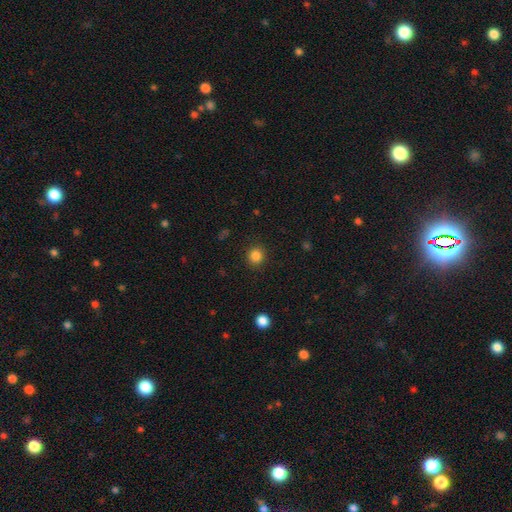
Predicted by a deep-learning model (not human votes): The model was most divided on "smooth or featured": smooth: 85%, star or artifact: 12%, featured or disk: 4%. More confident: how rounded — round (91%); merging — none (91%).